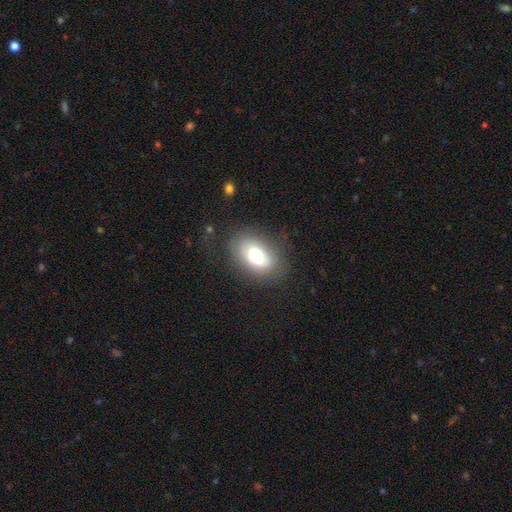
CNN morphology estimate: Q: Smooth or featured?
A: smooth (68%); runner-up: featured or disk (23%)
Q: How rounded?
A: in between (88%); runner-up: round (10%)
Q: Merging?
A: none (75%); runner-up: minor disturbance (16%)